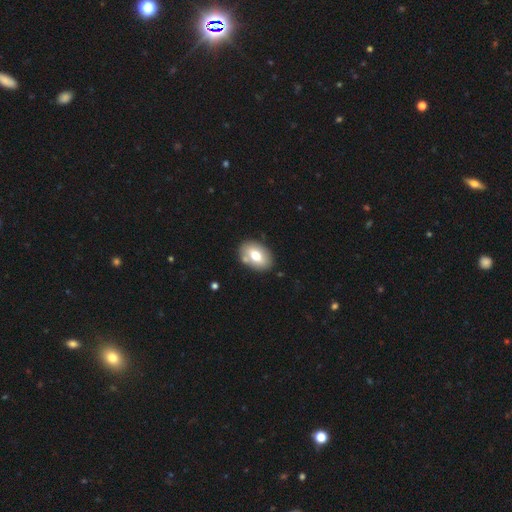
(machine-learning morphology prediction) type=smooth (71%); roundness=in between (87%); merging=none (80%).